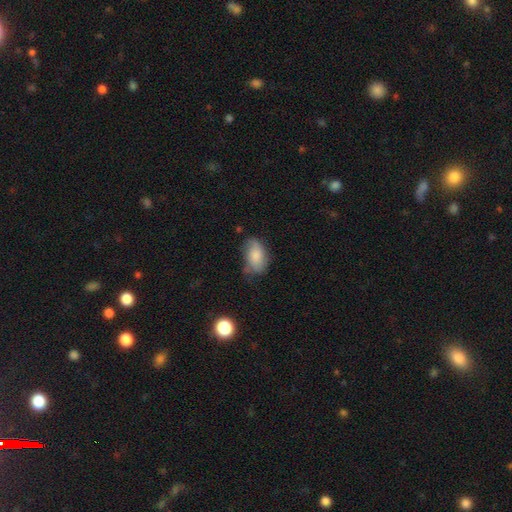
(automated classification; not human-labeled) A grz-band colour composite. It shows a smooth galaxy with no disk features (77%) that is in between round and cigar-shaped (91%). Merging: none (54%).